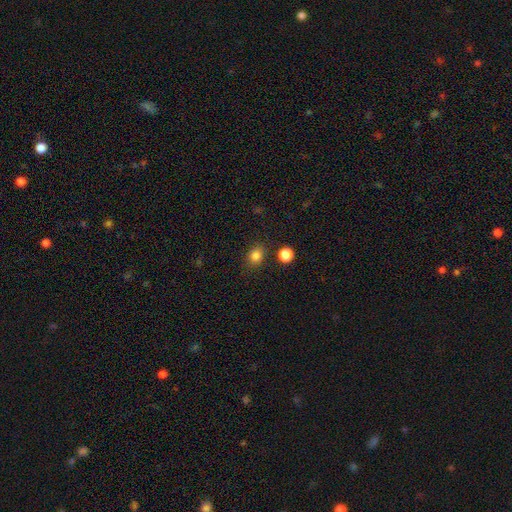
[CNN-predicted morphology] Overall: smooth (84%). How rounded: round (64%; in between 35%). Merging: none (83%).